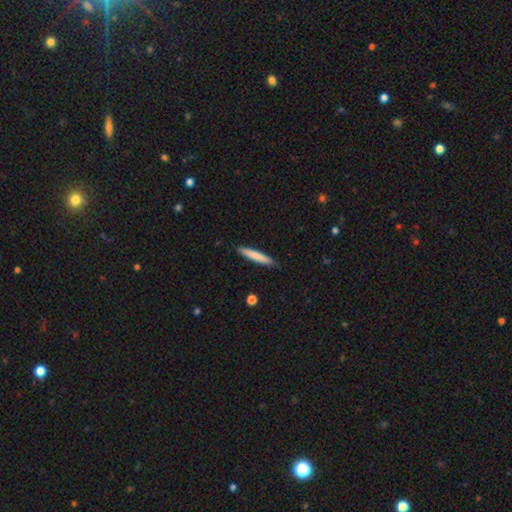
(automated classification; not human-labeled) This appears to be a smooth galaxy with no disk features (78%) that is cigar-shaped (93%). Merging: none (88%).